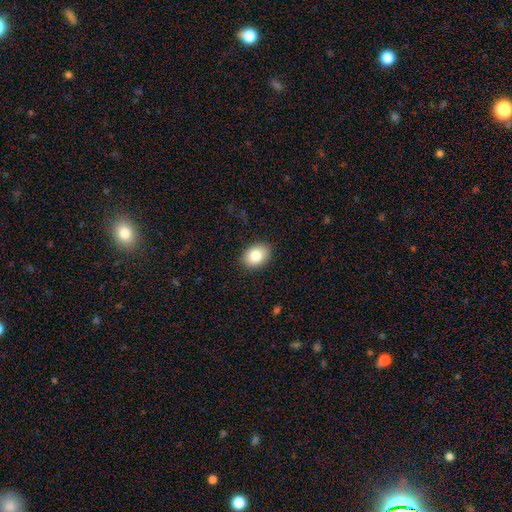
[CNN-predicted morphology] This appears to be a smooth galaxy with no disk features (83%) that is in between round and cigar-shaped (72%). Merging: none (88%).